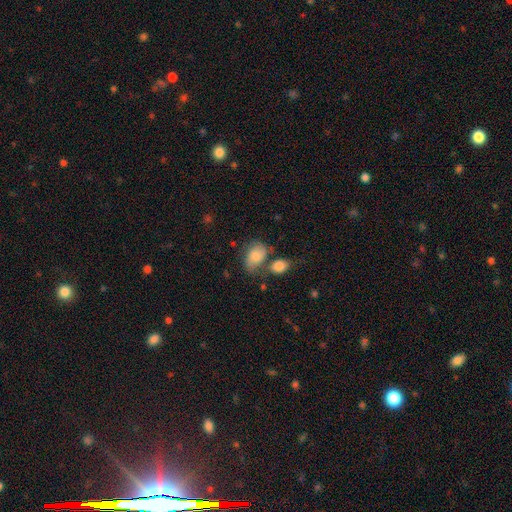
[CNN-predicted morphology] A smooth galaxy with no disk features (71%) that is in between round and cigar-shaped (75%). Merging: none (39%).